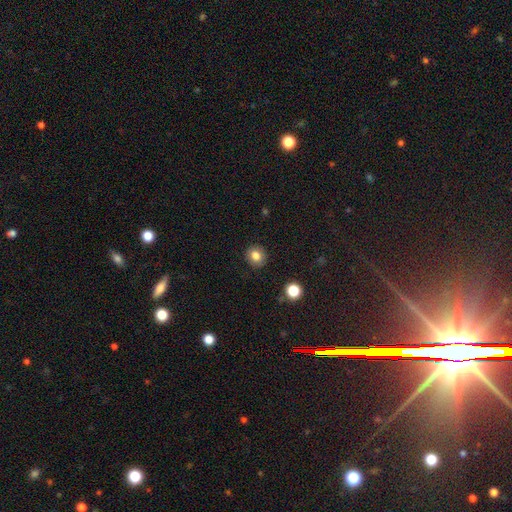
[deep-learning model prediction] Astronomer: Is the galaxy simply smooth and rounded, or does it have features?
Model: smooth — 82%.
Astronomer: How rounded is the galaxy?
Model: round — 80%.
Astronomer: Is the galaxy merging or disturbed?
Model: none — 89%.